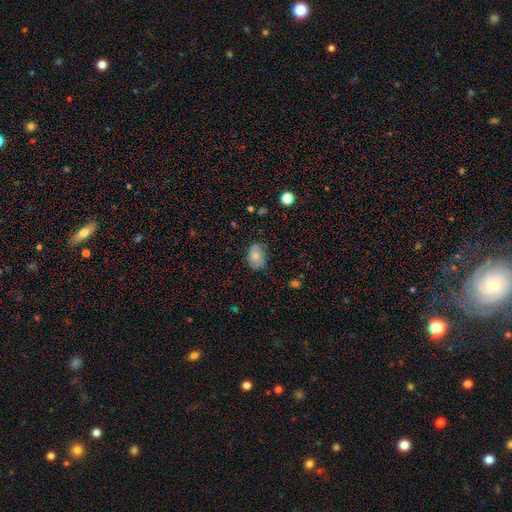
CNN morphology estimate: Smooth or featured?
  - smooth: 70% *
  - featured or disk: 21%
  - star or artifact: 9%
How rounded?
  - in between: 76% *
  - round: 23%
  - cigar-shaped: 1%
Merging?
  - none: 62% *
  - minor disturbance: 29%
  - major disturbance: 7%
  - merger: 2%